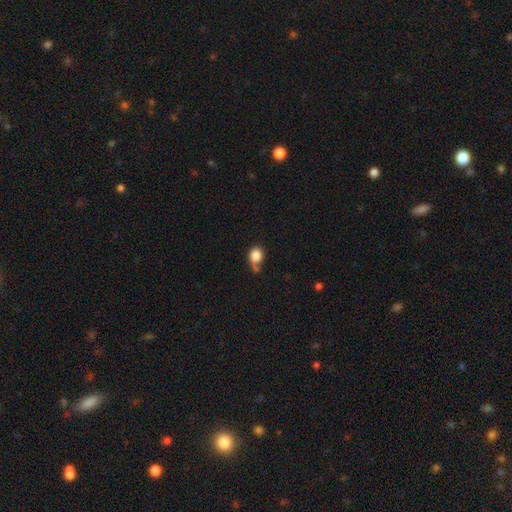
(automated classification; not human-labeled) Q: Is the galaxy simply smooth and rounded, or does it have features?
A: smooth — 83%.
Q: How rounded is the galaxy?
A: round — 68%.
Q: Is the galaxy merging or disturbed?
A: none — 41%.